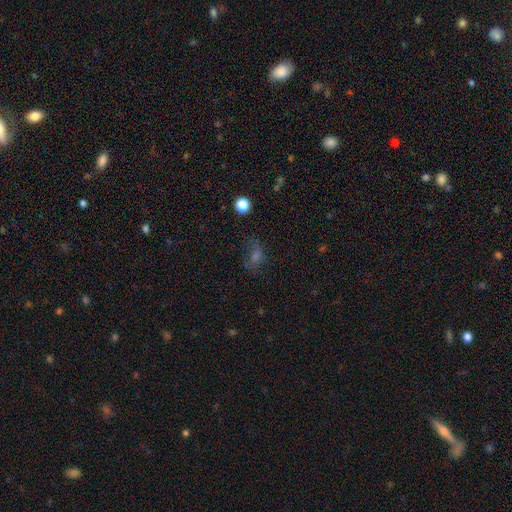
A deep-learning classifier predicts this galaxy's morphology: A smooth galaxy with no disk features (40%).

Vote fractions:
- Smooth or featured? smooth: 40% / star or artifact: 33% / featured or disk: 28%
- Merging? none: 51% / major disturbance: 24% / minor disturbance: 22% / merger: 3%